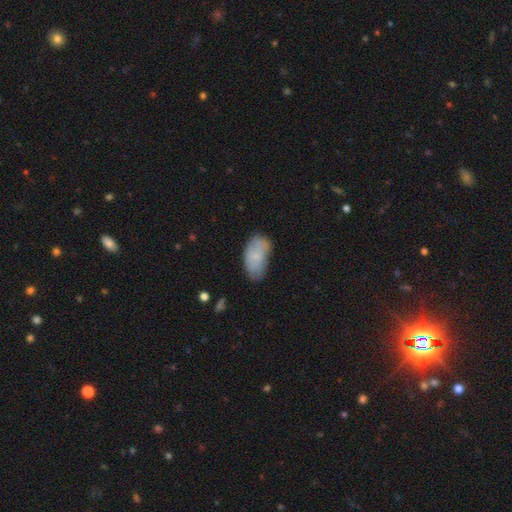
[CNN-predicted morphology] smooth 77%, featured or disk 16%, star or artifact 7%. Down the decision tree: how rounded — in between (94%); merging — none (53%).